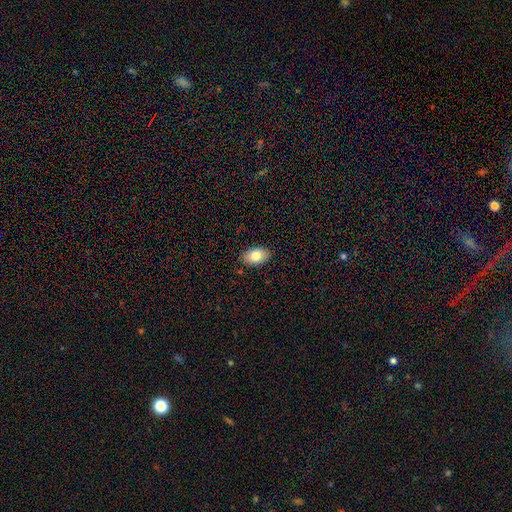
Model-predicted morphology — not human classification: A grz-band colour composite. It shows a smooth galaxy with no disk features (82%) that is in between round and cigar-shaped (91%). Merging: none (88%).